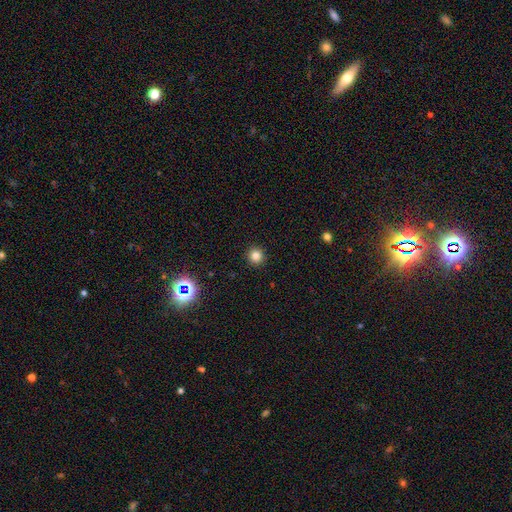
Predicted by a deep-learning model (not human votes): The model was most divided on "smooth or featured": smooth: 81%, star or artifact: 14%, featured or disk: 5%. More confident: how rounded — round (93%); merging — none (92%).